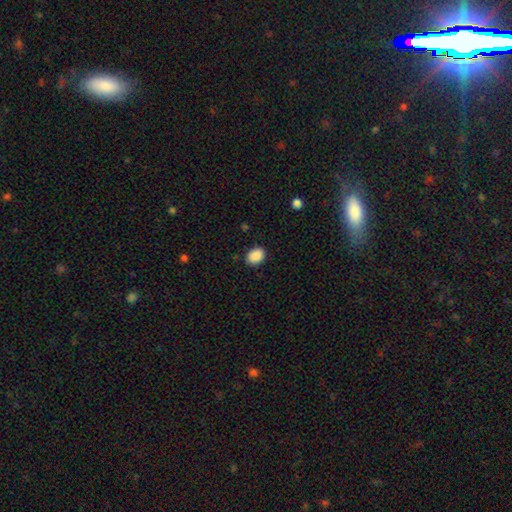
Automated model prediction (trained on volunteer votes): The model was most divided on "how rounded": in between: 70%, round: 29%, cigar-shaped: 1%. More confident: smooth or featured — smooth (90%); merging — none (87%).